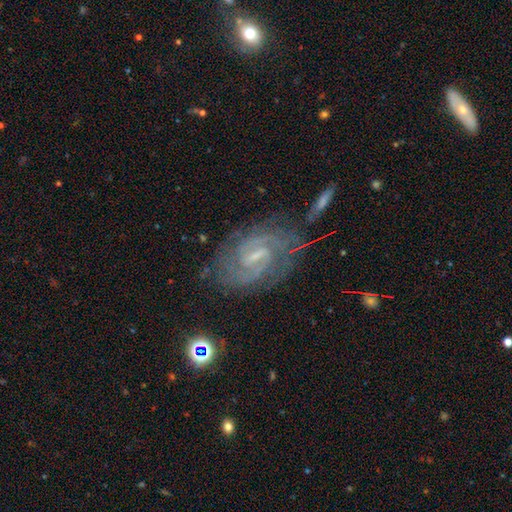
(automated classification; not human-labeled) featured or disk 86%, star or artifact 8%, smooth 6%. Down the decision tree: edge-on disk — no (96%); bar — weak (58%); spiral arms — yes (97%); spiral arm count — 2 (59%); spiral winding — tight (54%); bulge size — small (64%); merging — none (71%).